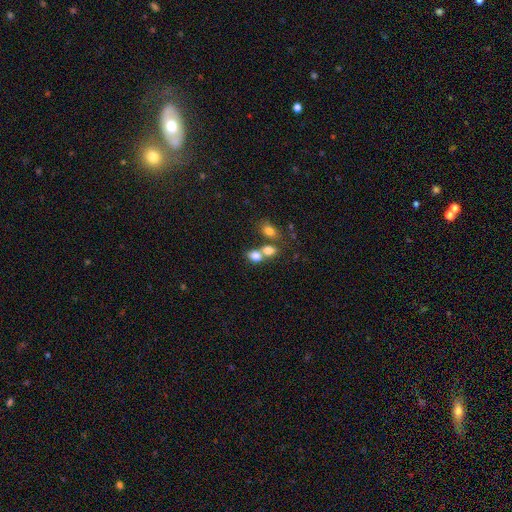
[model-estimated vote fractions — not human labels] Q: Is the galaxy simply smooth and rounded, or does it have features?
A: smooth — 78%.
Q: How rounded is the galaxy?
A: in between — 65%.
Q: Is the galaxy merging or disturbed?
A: merger — 53%.